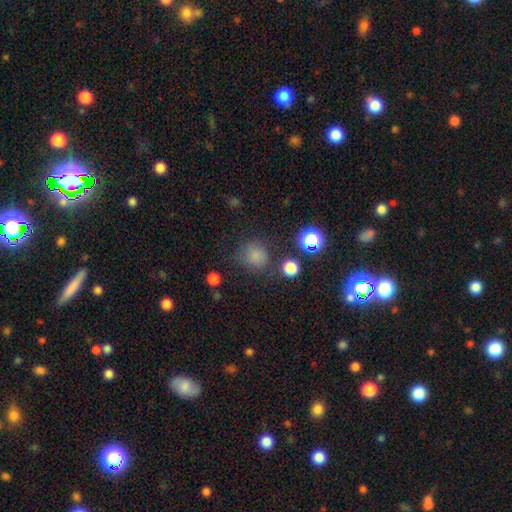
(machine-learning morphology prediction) The model was most divided on "smooth or featured": smooth: 76%, star or artifact: 18%, featured or disk: 6%. More confident: how rounded — round (86%); merging — none (74%).